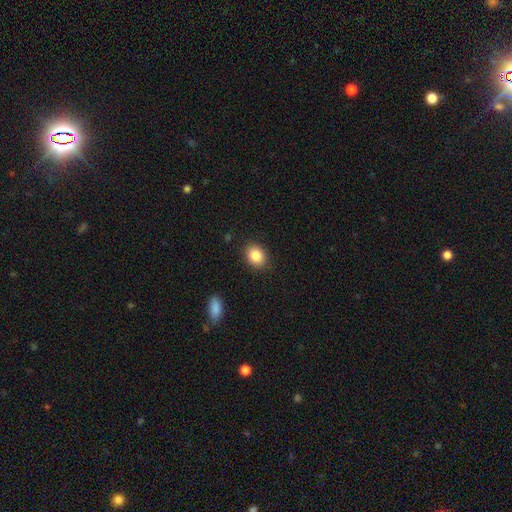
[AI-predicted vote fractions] Q: Smooth or featured?
A: smooth (85%); runner-up: star or artifact (9%)
Q: How rounded?
A: in between (52%); runner-up: round (47%)
Q: Merging?
A: none (88%); runner-up: minor disturbance (9%)